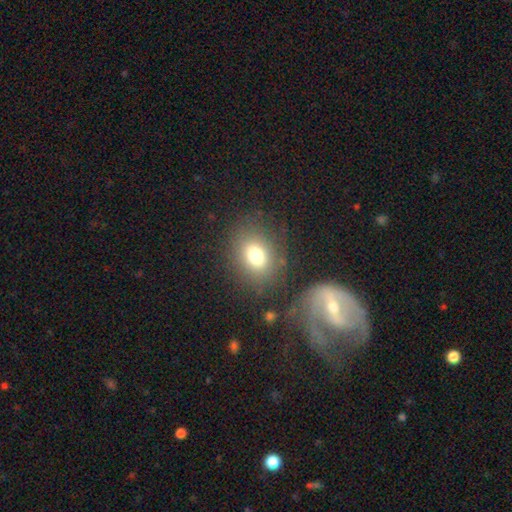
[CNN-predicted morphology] Smooth or featured? smooth (74%)
How rounded? round (53%)
Merging? none (76%)